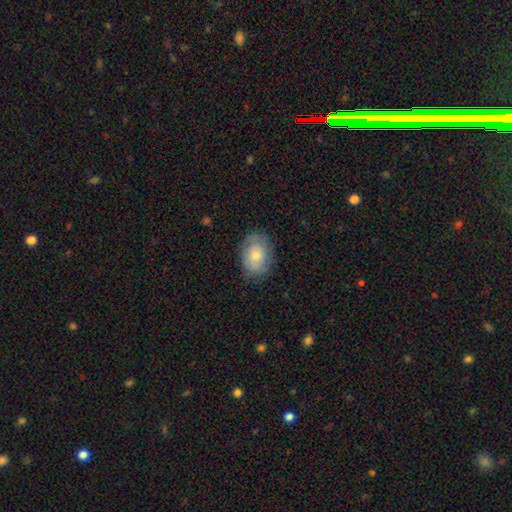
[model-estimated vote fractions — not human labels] A smooth galaxy with no disk features (69%) that is in between round and cigar-shaped (75%).

Vote fractions:
- Smooth or featured? smooth: 69% / featured or disk: 24% / star or artifact: 7%
- How rounded? in between: 75% / round: 24% / cigar-shaped: 1%
- Merging? none: 75% / minor disturbance: 19% / major disturbance: 5% / merger: 1%